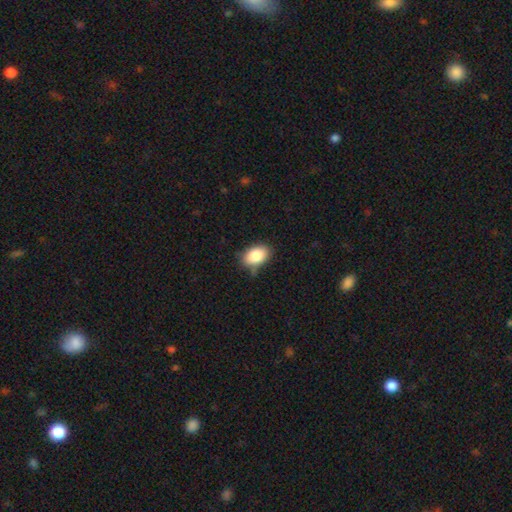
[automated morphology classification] smooth 86%, star or artifact 8%, featured or disk 6%. Down the decision tree: how rounded — in between (88%); merging — none (75%).